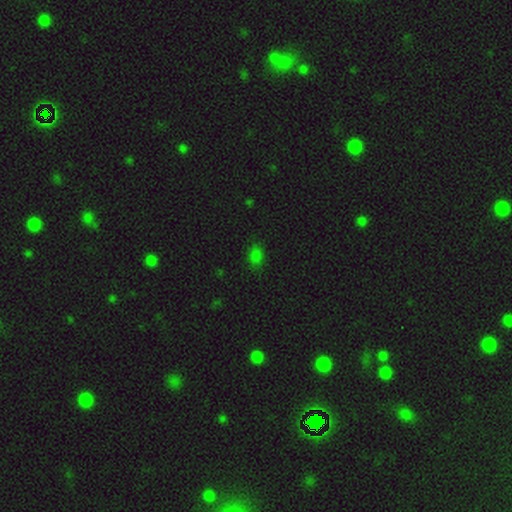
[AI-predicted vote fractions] Smooth or featured? Predicted: smooth (p=0.75). How rounded? Predicted: in between (p=0.76). Merging? Predicted: none (p=0.80).